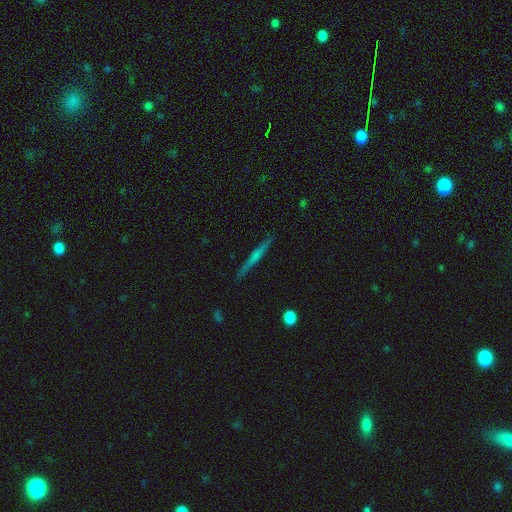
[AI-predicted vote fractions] smooth_or_featured: featured or disk (p=0.55) [alt: smooth p=0.38]
disk_edge_on: yes (p=0.97) [alt: no p=0.03]
edge_on_bulge: none (p=0.57) [alt: rounded p=0.32]
merging: none (p=0.90) [alt: minor disturbance p=0.07]